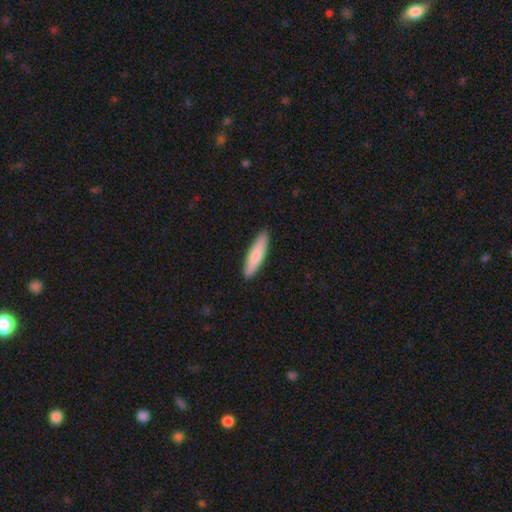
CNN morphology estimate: A smooth galaxy with no disk features (81%) that is cigar-shaped (80%). Merging: none (90%).